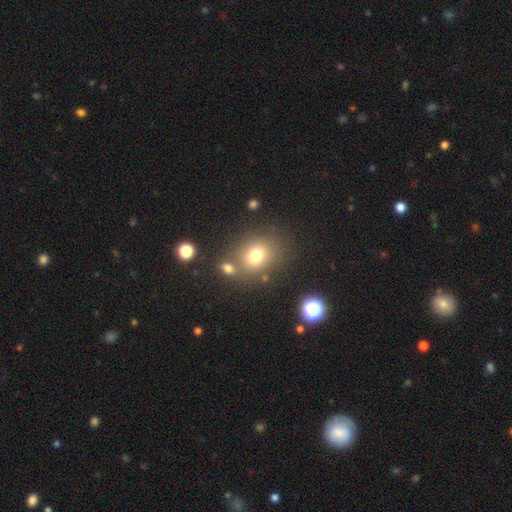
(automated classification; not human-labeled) Smooth or featured? smooth (75%)
How rounded? round (58%)
Merging? none (66%)